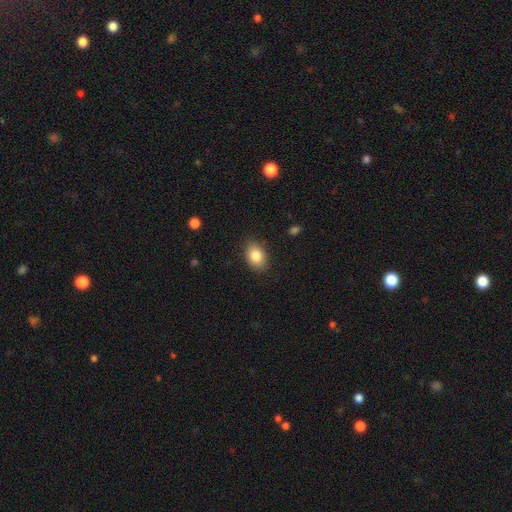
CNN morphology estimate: Q: Smooth or featured?
A: smooth (84%); runner-up: star or artifact (8%)
Q: How rounded?
A: in between (80%); runner-up: round (19%)
Q: Merging?
A: none (87%); runner-up: minor disturbance (10%)